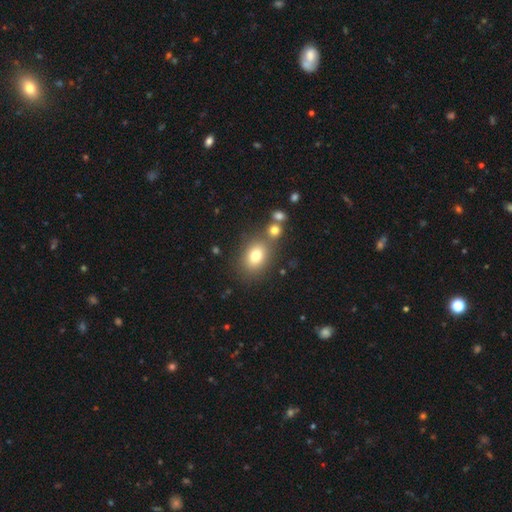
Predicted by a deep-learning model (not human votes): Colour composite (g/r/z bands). It shows a smooth galaxy with no disk features (76%) that is in between round and cigar-shaped (64%). Merging: none (67%).